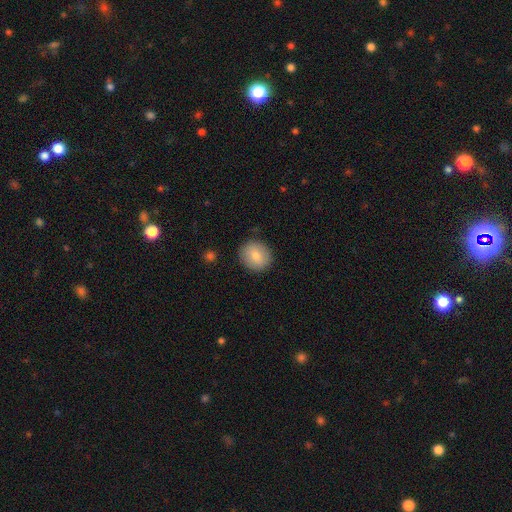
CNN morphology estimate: Q: Smooth or featured?
A: smooth (80%); runner-up: featured or disk (13%)
Q: How rounded?
A: round (83%); runner-up: in between (16%)
Q: Merging?
A: none (88%); runner-up: minor disturbance (8%)